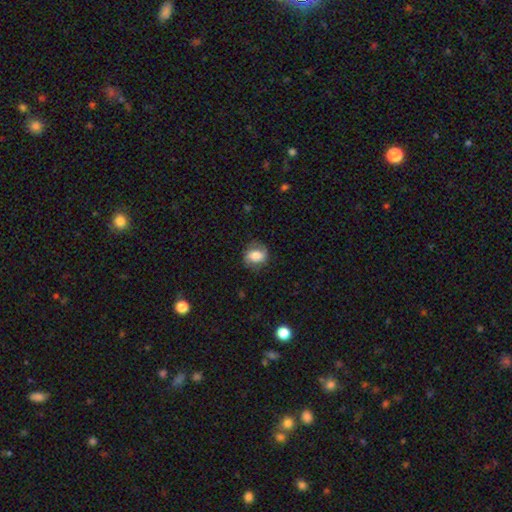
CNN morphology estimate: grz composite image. It shows a smooth galaxy with no disk features (66%) that is in between round and cigar-shaped (52%). Merging: none (75%).